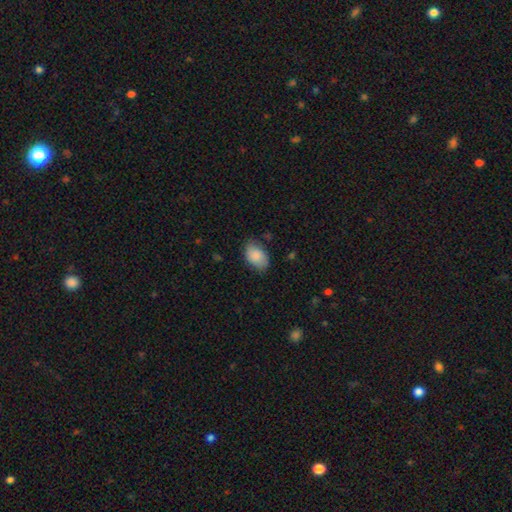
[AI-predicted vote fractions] A smooth galaxy with no disk features (86%) that is in between round and cigar-shaped (89%).

Vote fractions:
- Smooth or featured? smooth: 86% / featured or disk: 8% / star or artifact: 6%
- How rounded? in between: 89% / round: 10% / cigar-shaped: 1%
- Merging? none: 75% / minor disturbance: 20% / major disturbance: 4% / merger: 1%